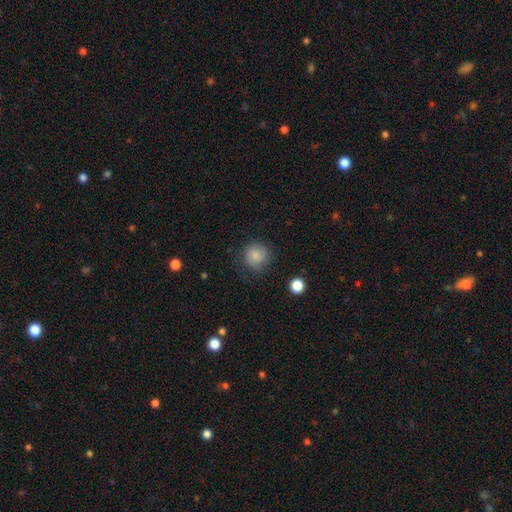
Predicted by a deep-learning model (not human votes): smooth-or-featured: smooth: 82% | star or artifact: 9% | featured or disk: 9%
  how-rounded: round: 91% | in between: 8% | cigar-shaped: 1%
  merging: none: 78% | minor disturbance: 15% | major disturbance: 6% | merger: 1%